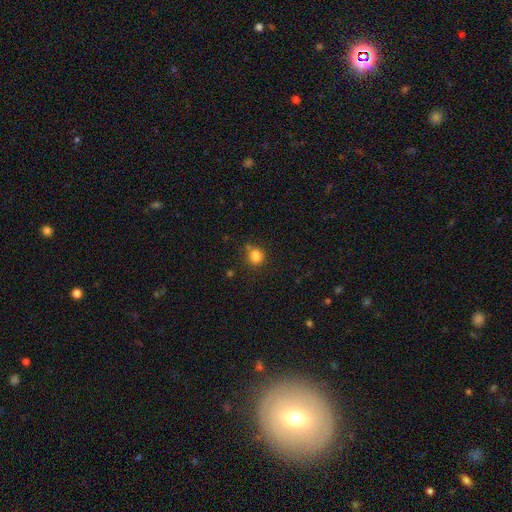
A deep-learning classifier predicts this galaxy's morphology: This is clearly a smooth galaxy (83%). How rounded: likely round (65%). Merging: likely none (67%).